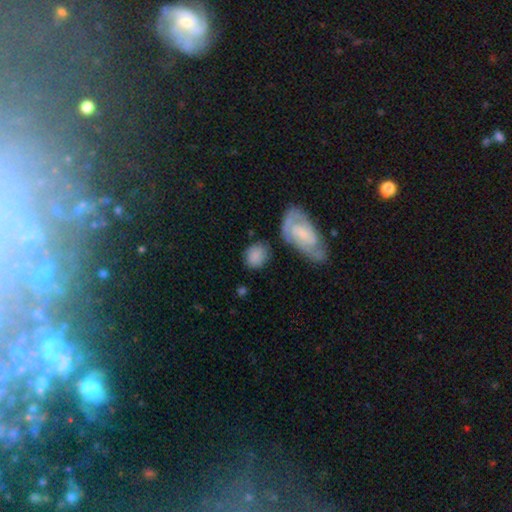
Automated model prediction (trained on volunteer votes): Smooth or featured?
  - smooth: 75% *
  - featured or disk: 19%
  - star or artifact: 7%
How rounded?
  - round: 55% *
  - in between: 43%
  - cigar-shaped: 2%
Merging?
  - none: 66% *
  - minor disturbance: 18%
  - merger: 9%
  - major disturbance: 7%